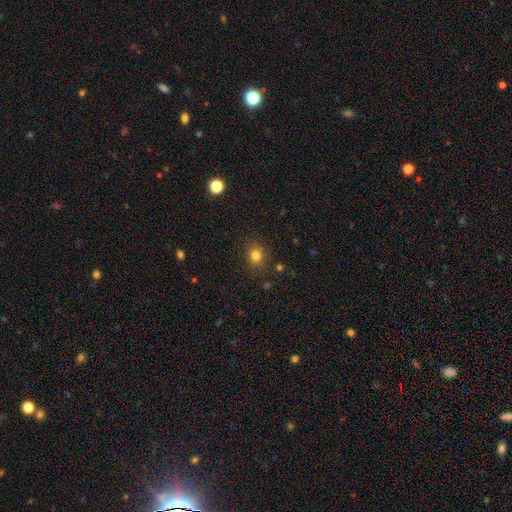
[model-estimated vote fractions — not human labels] The model was most divided on "how rounded": round: 80%, in between: 19%, cigar-shaped: 1%. More confident: merging — none (87%); smooth or featured — smooth (81%).